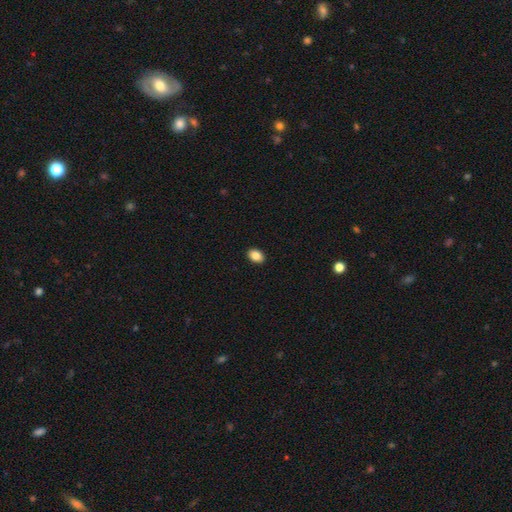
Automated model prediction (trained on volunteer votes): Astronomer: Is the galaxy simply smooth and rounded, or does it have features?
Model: smooth — 86%.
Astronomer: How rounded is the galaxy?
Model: in between — 81%.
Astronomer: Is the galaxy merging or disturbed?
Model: none — 92%.